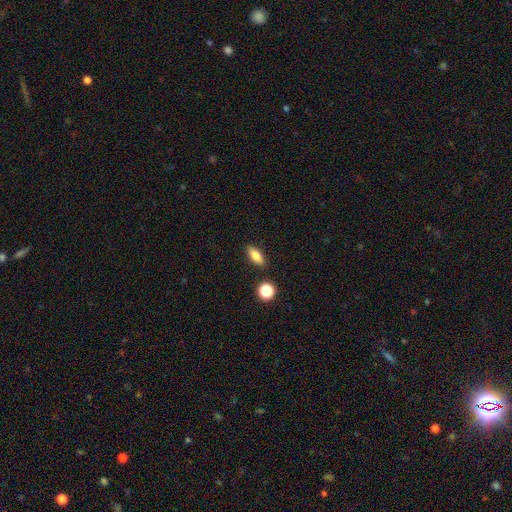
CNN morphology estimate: This is likely a smooth galaxy (77%). How rounded: likely in between (71%). Merging: clearly none (86%).